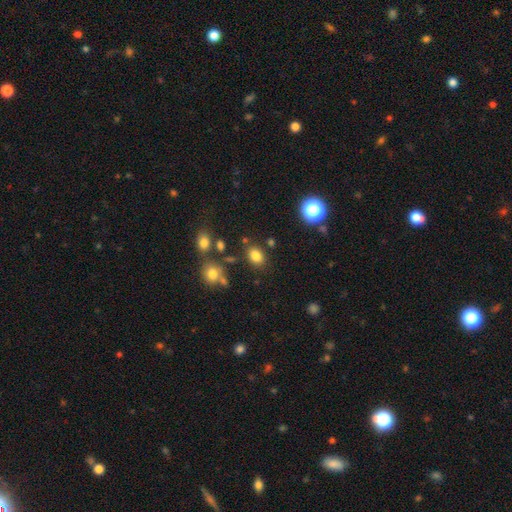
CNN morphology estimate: This is clearly a smooth galaxy (81%). How rounded: likely in between (70%). Merging: likely none (79%).